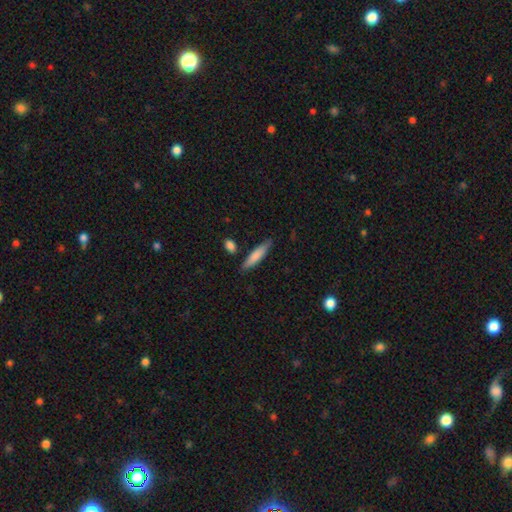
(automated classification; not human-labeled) This appears to be a smooth galaxy with no disk features (77%) that is cigar-shaped (80%). Merging: none (80%).